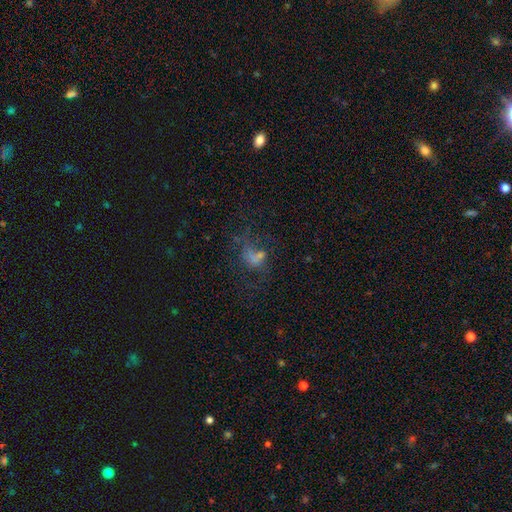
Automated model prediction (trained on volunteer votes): Smooth or featured: featured or disk — 38% (smooth — 36%)
Merging: none — 37% (major disturbance — 35%)